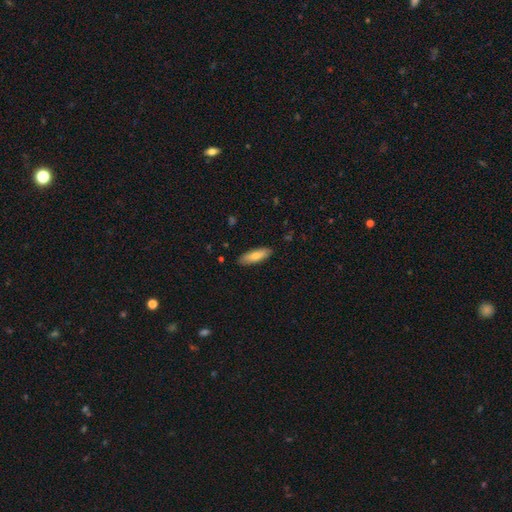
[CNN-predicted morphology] smooth 75%, featured or disk 20%, star or artifact 6%. Down the decision tree: how rounded — cigar-shaped (49%, tied with in between); merging — none (87%).